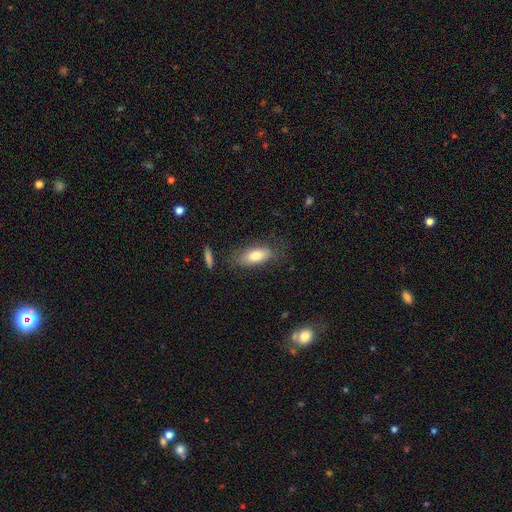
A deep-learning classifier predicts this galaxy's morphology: Smooth or featured? smooth (76%)
How rounded? in between (83%)
Merging? none (72%)